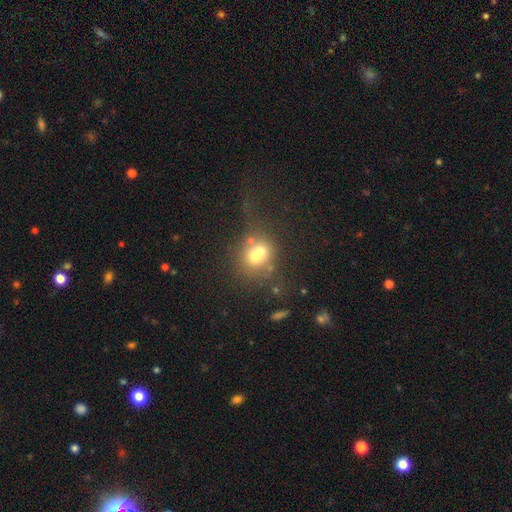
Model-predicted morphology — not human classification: Smooth or featured? Predicted: smooth (p=0.60). How rounded? Predicted: round (p=0.73). Merging? Predicted: merger (p=0.52).